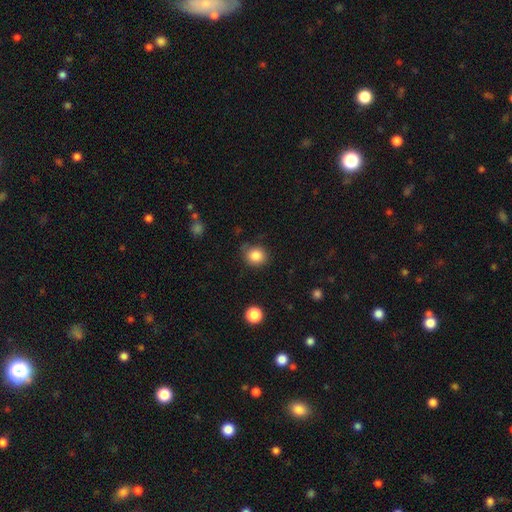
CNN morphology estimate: Smooth or featured?
  - smooth: 84% *
  - star or artifact: 11%
  - featured or disk: 5%
How rounded?
  - round: 80% *
  - in between: 20%
  - cigar-shaped: 1%
Merging?
  - none: 79% *
  - minor disturbance: 15%
  - major disturbance: 4%
  - merger: 2%